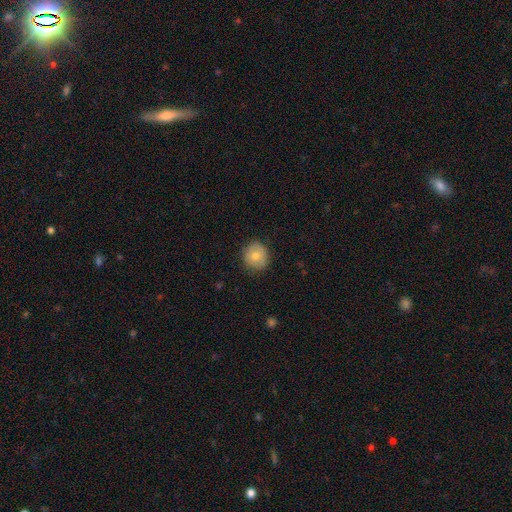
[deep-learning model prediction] Smooth or featured? Predicted: smooth (p=0.74). How rounded? Predicted: round (p=0.87). Merging? Predicted: none (p=0.84).